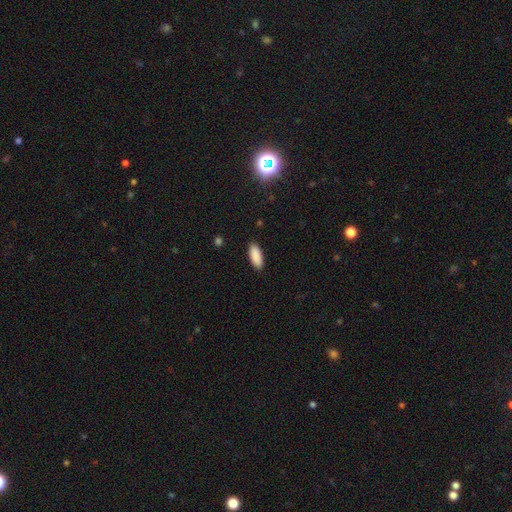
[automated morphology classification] Smooth or featured: smooth — 90% (star or artifact — 6%)
How rounded: in between — 79% (cigar-shaped — 20%)
Merging: none — 89% (minor disturbance — 8%)